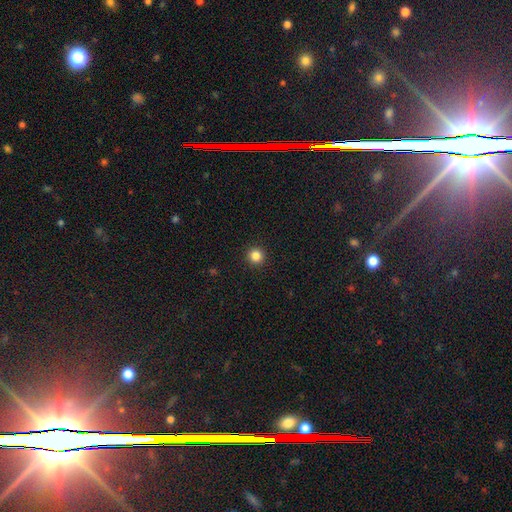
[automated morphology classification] Smooth or featured?
  - smooth: 84% *
  - star or artifact: 12%
  - featured or disk: 4%
How rounded?
  - round: 95% *
  - in between: 4%
  - cigar-shaped: 1%
Merging?
  - none: 93% *
  - minor disturbance: 4%
  - major disturbance: 2%
  - merger: 1%